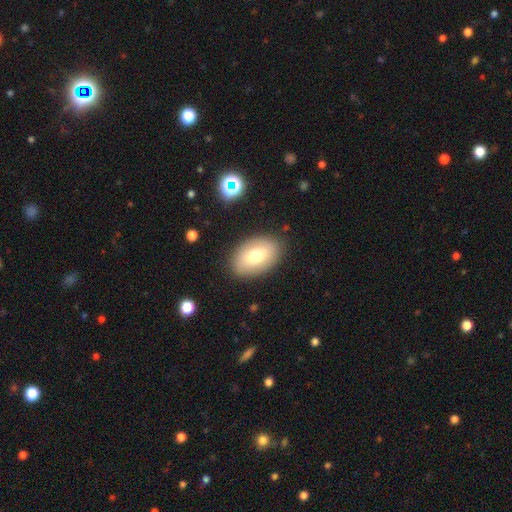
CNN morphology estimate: This appears to be a smooth galaxy with no disk features (69%) that is in between round and cigar-shaped (89%). Merging: none (86%).